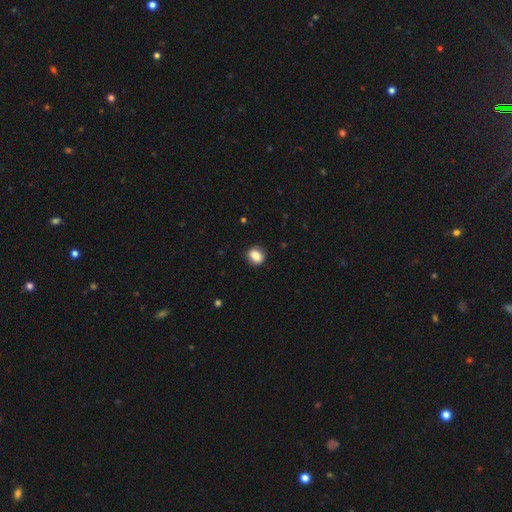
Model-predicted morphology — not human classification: Q: Smooth or featured?
A: smooth (85%); runner-up: star or artifact (9%)
Q: How rounded?
A: round (61%); runner-up: in between (38%)
Q: Merging?
A: none (87%); runner-up: minor disturbance (9%)